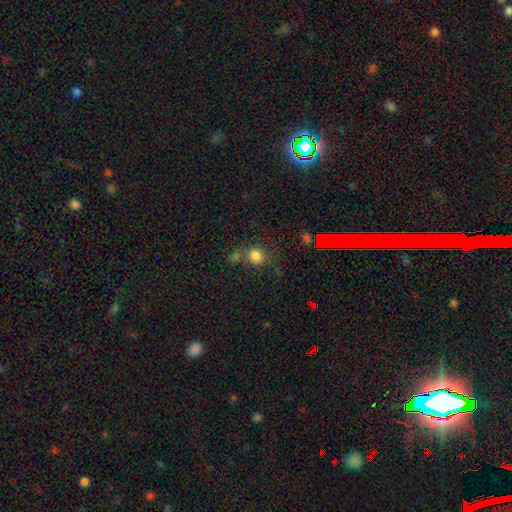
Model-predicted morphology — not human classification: smooth-or-featured: smooth: 78% | star or artifact: 16% | featured or disk: 6%
  how-rounded: round: 85% | in between: 14% | cigar-shaped: 1%
  merging: none: 64% | merger: 18% | minor disturbance: 13% | major disturbance: 6%